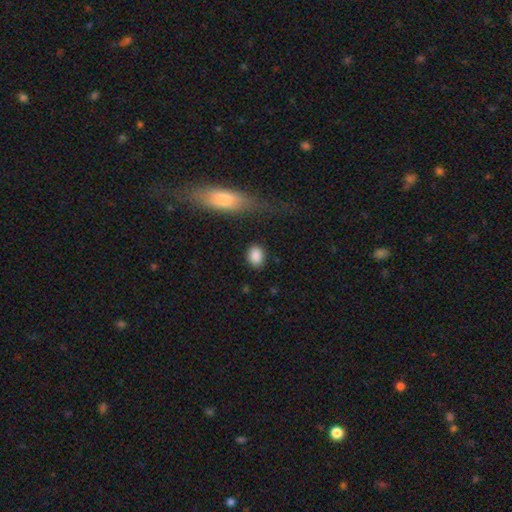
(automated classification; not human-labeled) Smooth or featured? Predicted: smooth (p=0.87). How rounded? Predicted: in between (p=0.55). Merging? Predicted: none (p=0.84).